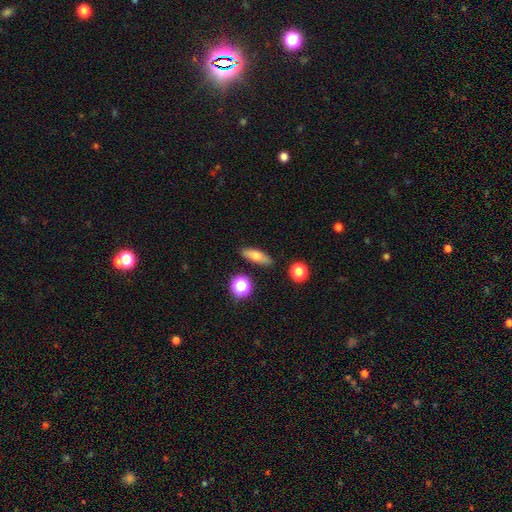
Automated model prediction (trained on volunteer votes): Q: Smooth or featured?
A: smooth (69%); runner-up: featured or disk (20%)
Q: How rounded?
A: in between (50%); runner-up: cigar-shaped (43%)
Q: Merging?
A: none (87%); runner-up: minor disturbance (9%)